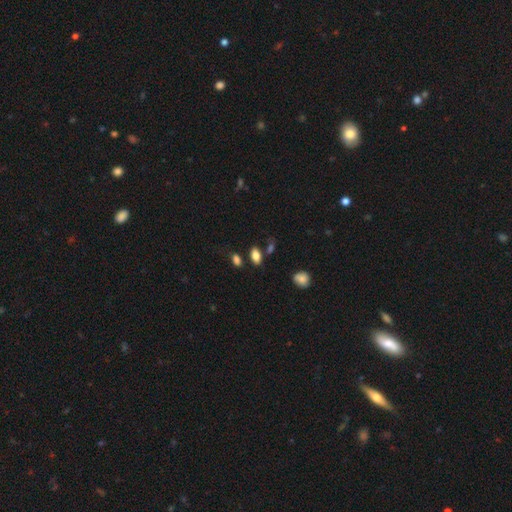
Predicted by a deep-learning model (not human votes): Smooth or featured? smooth (82%)
How rounded? in between (90%)
Merging? none (77%)